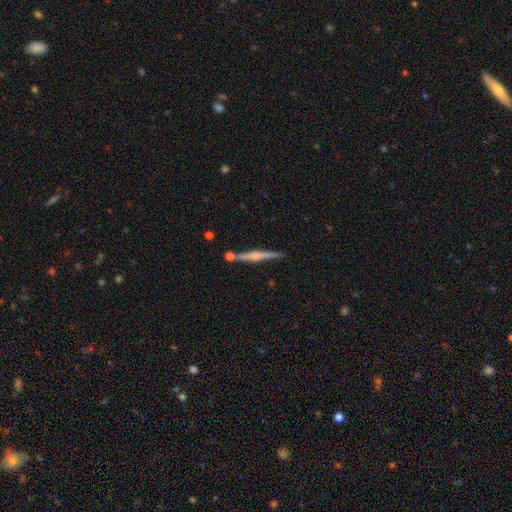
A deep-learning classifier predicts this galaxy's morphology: Smooth or featured? Predicted: featured or disk (p=0.64). Edge-on disk? Predicted: yes (p=0.98). Edge-on bulge? Predicted: rounded (p=0.64). Merging? Predicted: none (p=0.80).